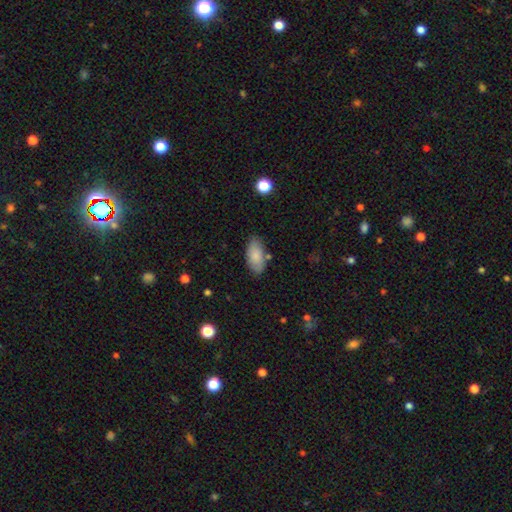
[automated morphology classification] Smooth or featured: smooth — 83% (featured or disk — 11%)
How rounded: in between — 92% (cigar-shaped — 6%)
Merging: none — 77% (minor disturbance — 15%)